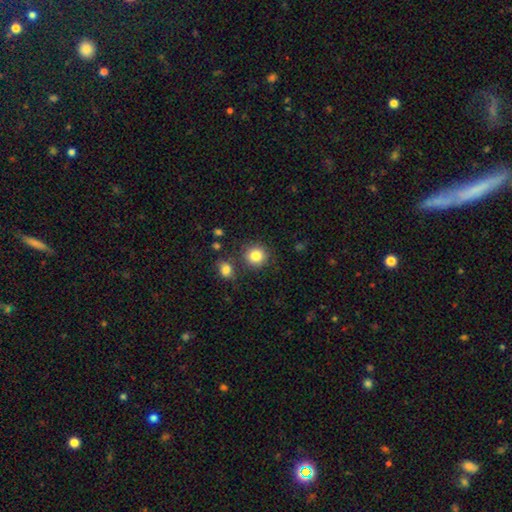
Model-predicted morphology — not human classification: smooth 84%, star or artifact 10%, featured or disk 6%. Down the decision tree: how rounded — round (90%); merging — none (81%).